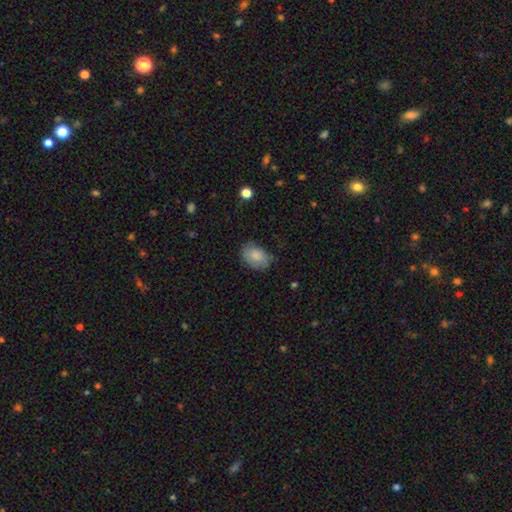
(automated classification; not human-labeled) Smooth or featured?
  - smooth: 81% *
  - featured or disk: 12%
  - star or artifact: 7%
How rounded?
  - in between: 84% *
  - round: 15%
  - cigar-shaped: 1%
Merging?
  - none: 64% *
  - minor disturbance: 28%
  - major disturbance: 7%
  - merger: 1%